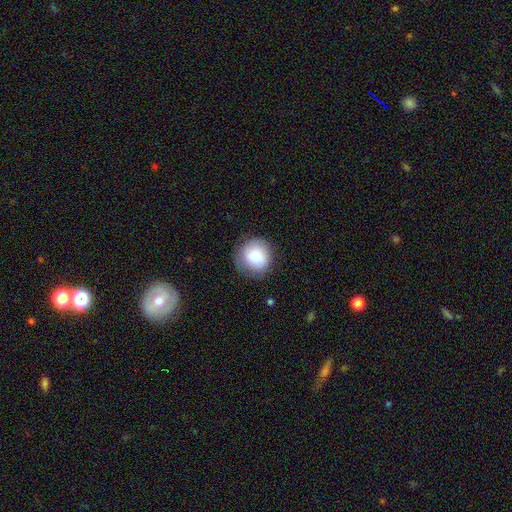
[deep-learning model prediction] Smooth or featured?
  - smooth: 82% *
  - featured or disk: 10%
  - star or artifact: 8%
How rounded?
  - round: 87% *
  - in between: 12%
  - cigar-shaped: 1%
Merging?
  - none: 75% *
  - minor disturbance: 18%
  - major disturbance: 6%
  - merger: 1%